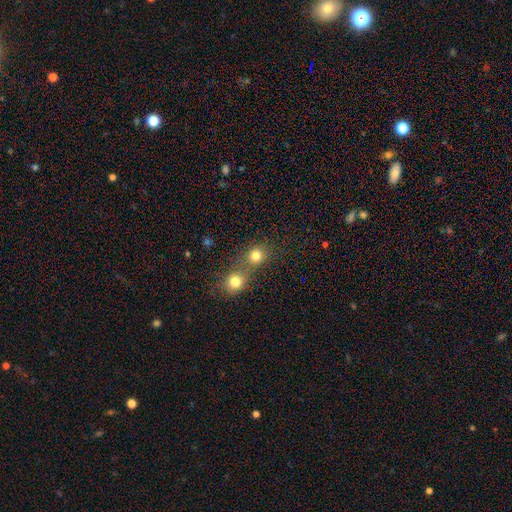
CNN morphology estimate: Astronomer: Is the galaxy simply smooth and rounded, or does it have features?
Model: smooth — 79%.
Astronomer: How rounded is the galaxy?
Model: round — 86%.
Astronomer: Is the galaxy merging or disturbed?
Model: none — 49% (runner-up: merger, 42%).